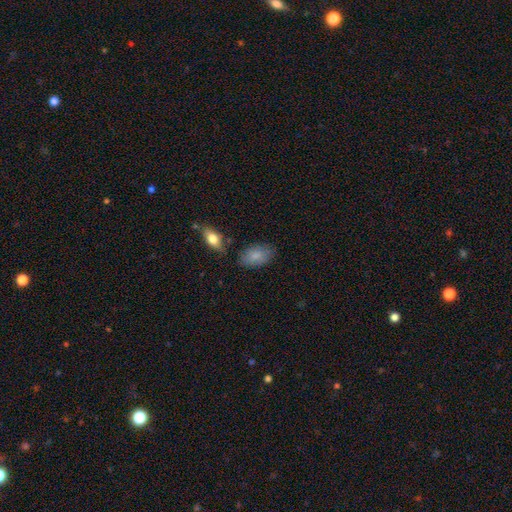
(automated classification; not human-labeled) Smooth or featured?
  - smooth: 85% *
  - featured or disk: 9%
  - star or artifact: 6%
How rounded?
  - in between: 93% *
  - round: 5%
  - cigar-shaped: 2%
Merging?
  - none: 76% *
  - minor disturbance: 16%
  - merger: 4%
  - major disturbance: 4%